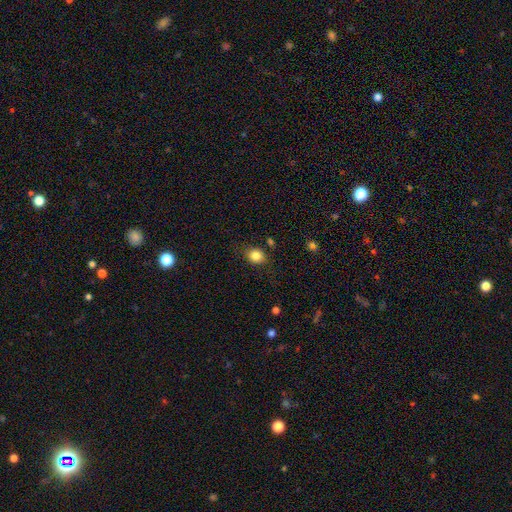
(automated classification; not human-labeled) The model was most divided on "how rounded": round: 63%, in between: 36%, cigar-shaped: 1%. More confident: smooth or featured — smooth (84%); merging — none (80%).